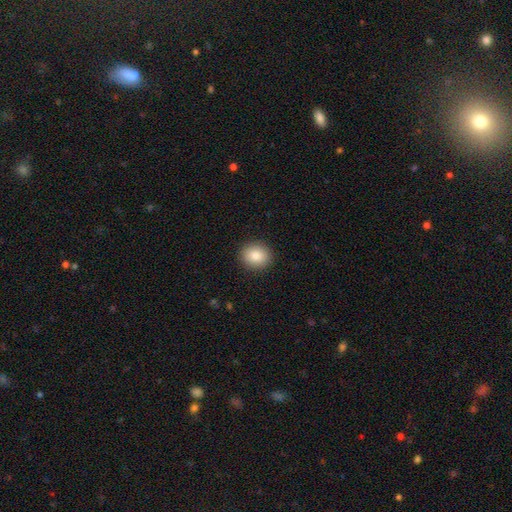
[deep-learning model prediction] Smooth or featured? Predicted: smooth (p=0.86). How rounded? Predicted: round (p=0.73). Merging? Predicted: none (p=0.91).